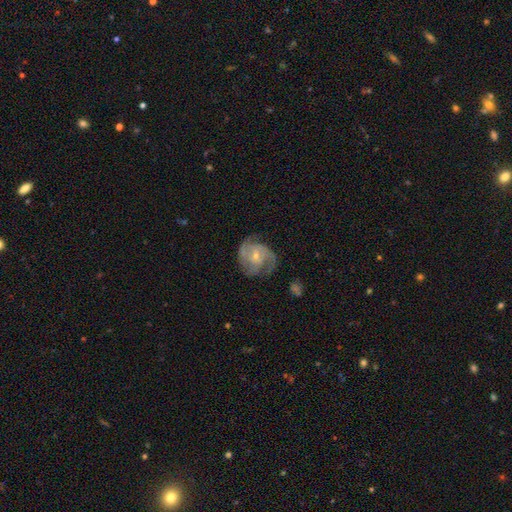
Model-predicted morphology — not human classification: Q: Smooth or featured?
A: featured or disk (80%); runner-up: smooth (15%)
Q: Edge-on disk?
A: no (98%); runner-up: yes (2%)
Q: Bar?
A: no (61%); runner-up: weak (32%)
Q: Spiral arms?
A: yes (93%); runner-up: no (7%)
Q: Spiral winding?
A: medium (46%); runner-up: tight (40%)
Q: Spiral arm count?
A: 2 (45%); runner-up: 3 (25%)
Q: Bulge size?
A: small (62%); runner-up: moderate (34%)
Q: Merging?
A: none (64%); runner-up: minor disturbance (22%)